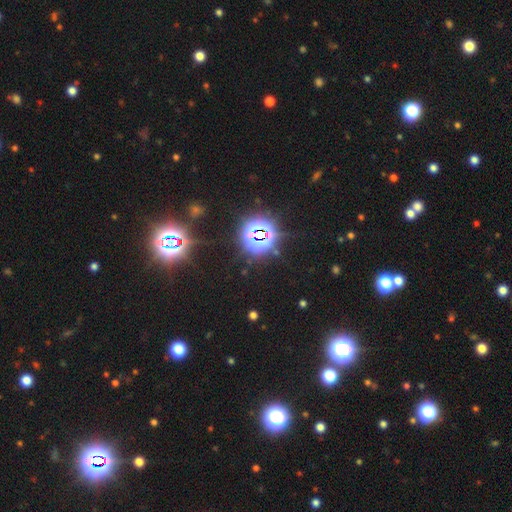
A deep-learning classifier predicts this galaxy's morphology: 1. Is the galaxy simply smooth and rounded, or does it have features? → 81% star or artifact, 12% smooth, 6% featured or disk.